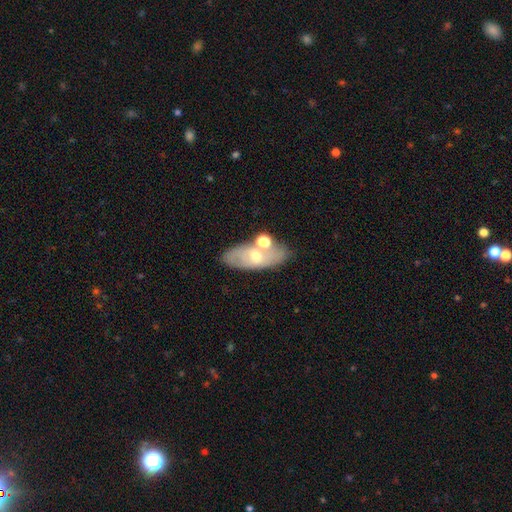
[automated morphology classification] A featured or disk galaxy (48%).

Vote fractions:
- Smooth or featured? featured or disk: 48% / smooth: 42% / star or artifact: 9%
- Merging? none: 63% / merger: 18% / minor disturbance: 14% / major disturbance: 5%